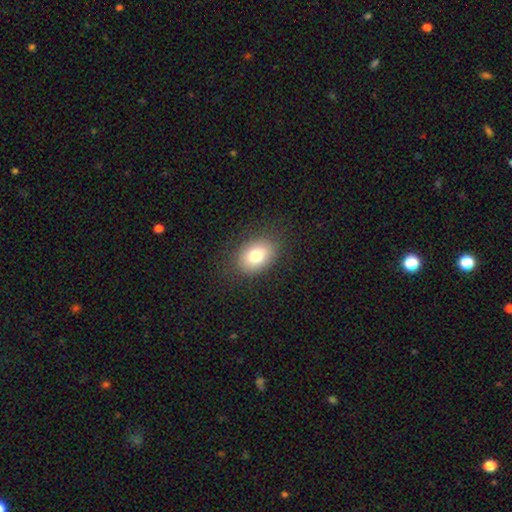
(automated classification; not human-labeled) Smooth or featured: smooth — 79% (featured or disk — 11%)
How rounded: in between — 71% (round — 28%)
Merging: none — 85% (minor disturbance — 10%)